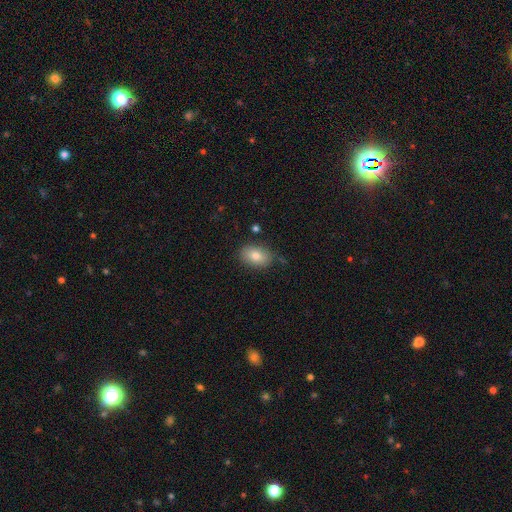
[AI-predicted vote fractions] Morphology: type=smooth (80%); roundness=in between (84%); merging=none (79%).